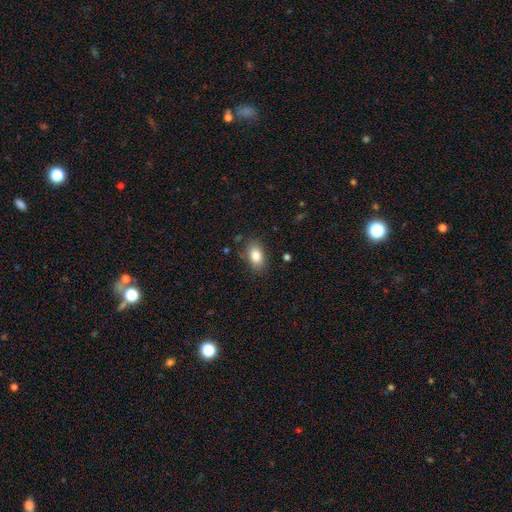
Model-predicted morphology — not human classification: smooth-or-featured: smooth: 84% | star or artifact: 8% | featured or disk: 8%
  how-rounded: in between: 86% | round: 12% | cigar-shaped: 2%
  merging: none: 83% | minor disturbance: 12% | major disturbance: 3% | merger: 2%